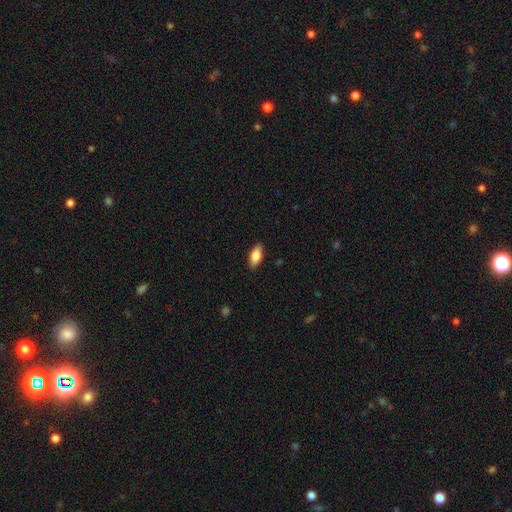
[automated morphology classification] Overall: smooth (80%). How rounded: in between (84%). Merging: none (87%).